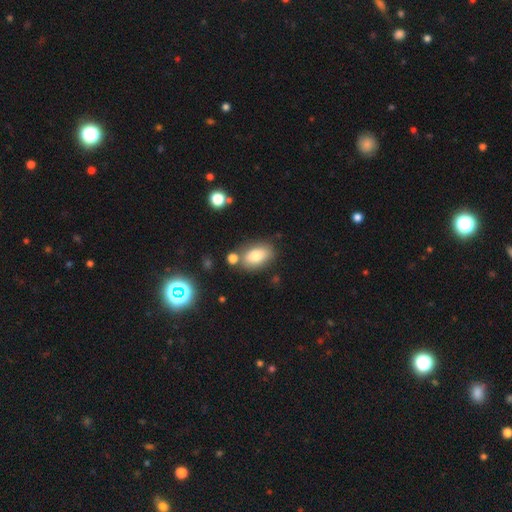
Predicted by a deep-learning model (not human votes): Overall: smooth (77%). How rounded: in between (88%). Merging: none (72%).